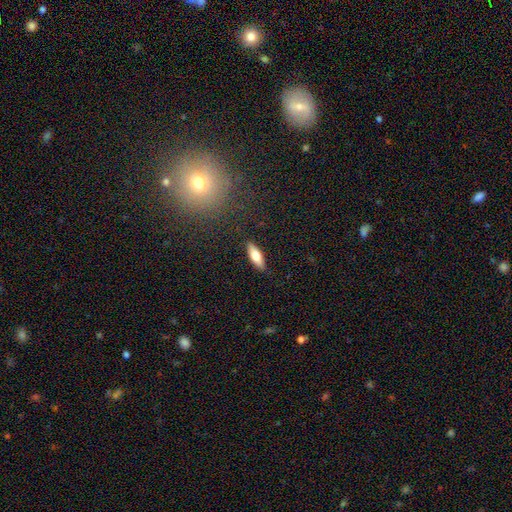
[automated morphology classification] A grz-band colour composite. It shows a smooth galaxy with no disk features (68%) that is in between round and cigar-shaped (56%). Merging: none (89%).